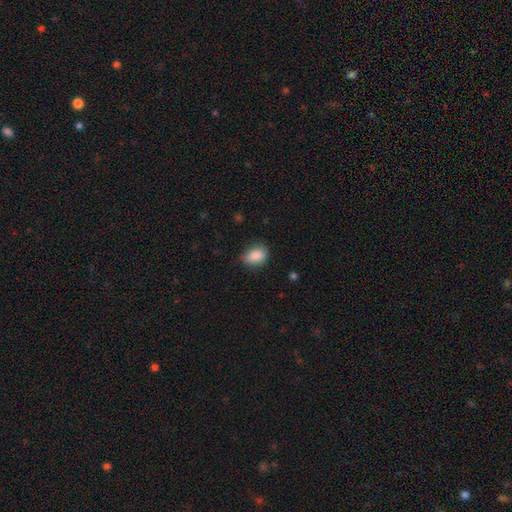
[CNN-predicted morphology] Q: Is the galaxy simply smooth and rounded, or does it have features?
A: smooth — 87%.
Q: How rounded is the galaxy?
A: in between — 78%.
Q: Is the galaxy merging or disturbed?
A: none — 71%.